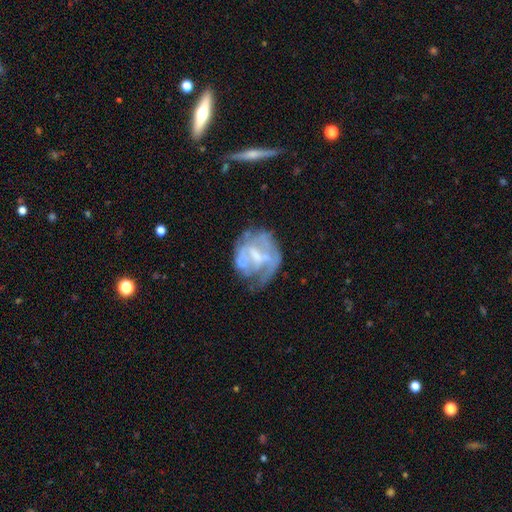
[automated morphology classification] This appears to be a featured or disk galaxy (69%) with a weak bar (46%), spiral arms (56%) and a small central bulge (37%). Merging: none (40%).